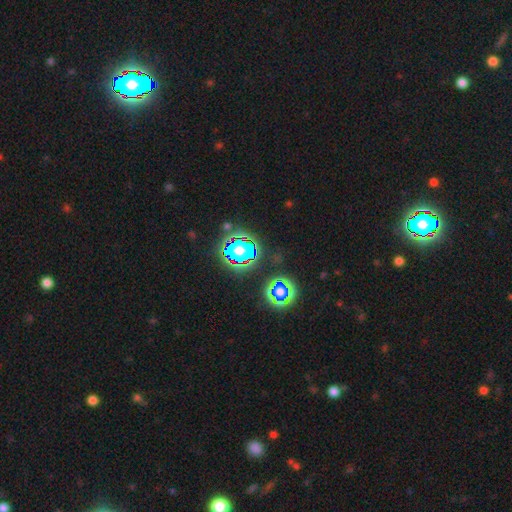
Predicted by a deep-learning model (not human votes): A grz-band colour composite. It shows a star or artifact, not a galaxy (80%).